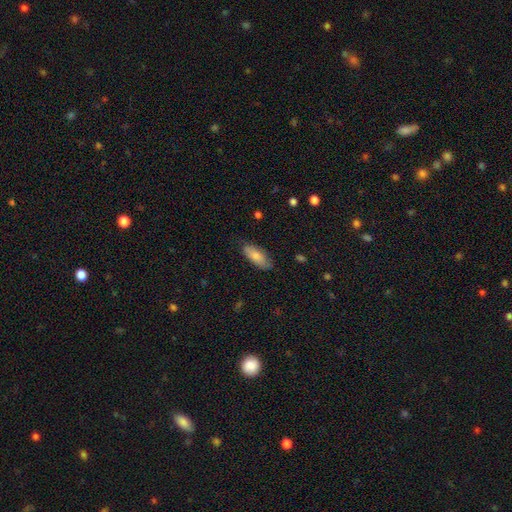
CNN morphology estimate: A smooth galaxy with no disk features (80%) that is in between round and cigar-shaped (78%).

Vote fractions:
- Smooth or featured? smooth: 80% / featured or disk: 14% / star or artifact: 6%
- How rounded? in between: 78% / cigar-shaped: 20% / round: 2%
- Merging? none: 79% / minor disturbance: 17% / major disturbance: 3% / merger: 1%